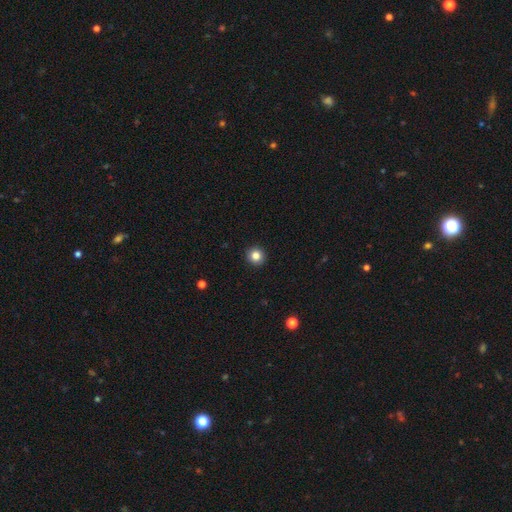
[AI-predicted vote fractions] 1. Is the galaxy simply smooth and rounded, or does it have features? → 84% smooth, 11% star or artifact, 5% featured or disk.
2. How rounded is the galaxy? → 94% round, 5% in between, 1% cigar-shaped.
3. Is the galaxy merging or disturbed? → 93% none, 4% minor disturbance, 1% major disturbance, 1% merger.